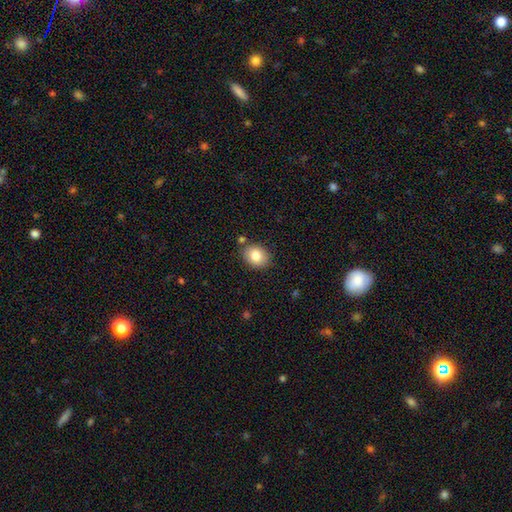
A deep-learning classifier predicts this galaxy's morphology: A smooth galaxy with no disk features (82%) that is in between round and cigar-shaped (53%). Merging: none (81%).